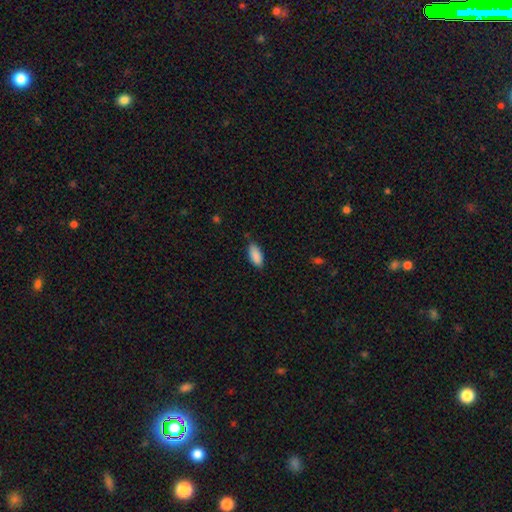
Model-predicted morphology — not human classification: This appears to be a smooth galaxy with no disk features (89%) that is in between round and cigar-shaped (85%). Merging: none (77%).